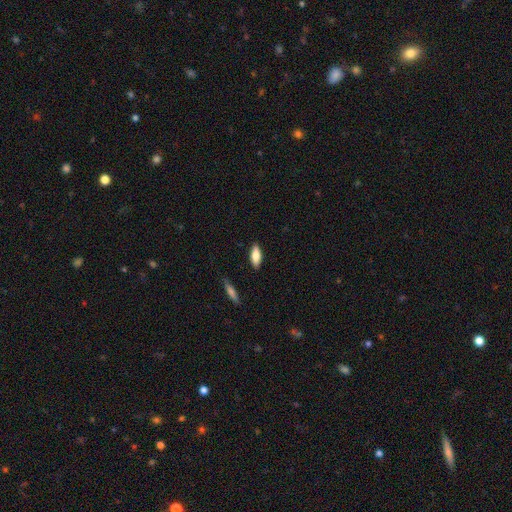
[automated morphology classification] A smooth galaxy with no disk features (77%) that is in between round and cigar-shaped (69%). Merging: none (87%).